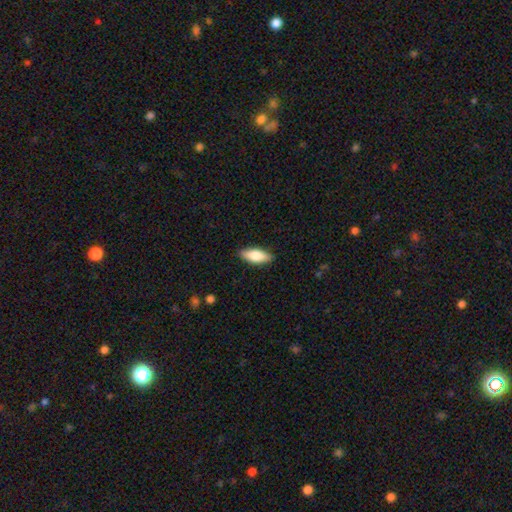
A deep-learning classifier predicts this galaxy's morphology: Overall: smooth (78%). How rounded: in between (75%). Merging: none (88%).